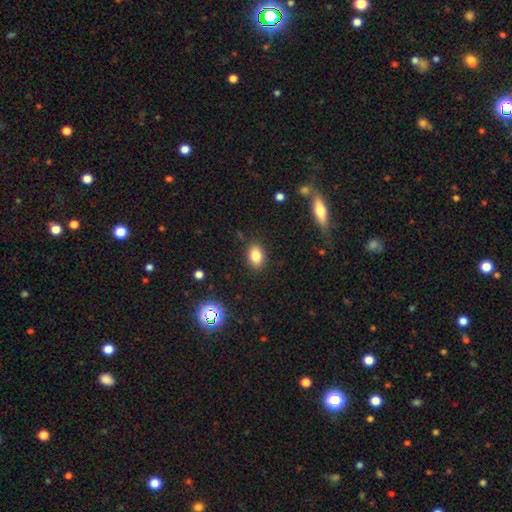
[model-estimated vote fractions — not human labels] smooth_or_featured: smooth (p=0.82) [alt: star or artifact p=0.11]
how_rounded: in between (p=0.79) [alt: round p=0.20]
merging: none (p=0.87) [alt: minor disturbance p=0.10]